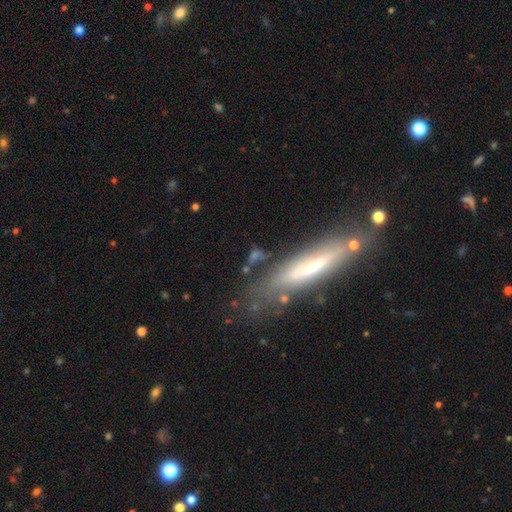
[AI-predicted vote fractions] smooth-or-featured: featured or disk: 47% | smooth: 42% | star or artifact: 11%
  merging: none: 65% | minor disturbance: 19% | major disturbance: 10% | merger: 6%